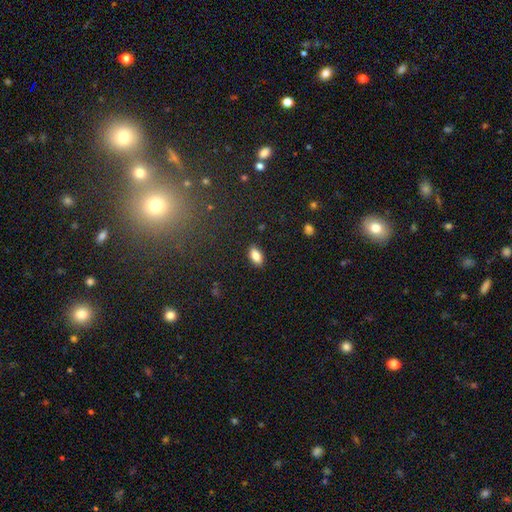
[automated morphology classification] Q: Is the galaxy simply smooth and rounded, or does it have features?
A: smooth — 85%.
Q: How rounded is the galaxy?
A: in between — 92%.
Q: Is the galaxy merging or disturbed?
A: none — 88%.